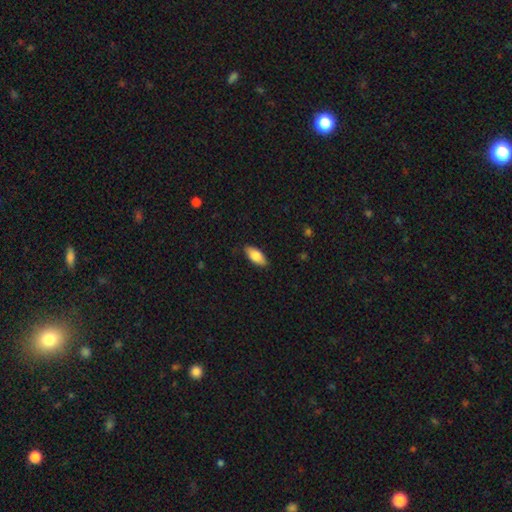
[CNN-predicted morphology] Smooth or featured?
  - smooth: 79% *
  - featured or disk: 15%
  - star or artifact: 6%
How rounded?
  - in between: 85% *
  - cigar-shaped: 13%
  - round: 2%
Merging?
  - none: 87% *
  - minor disturbance: 10%
  - major disturbance: 2%
  - merger: 1%